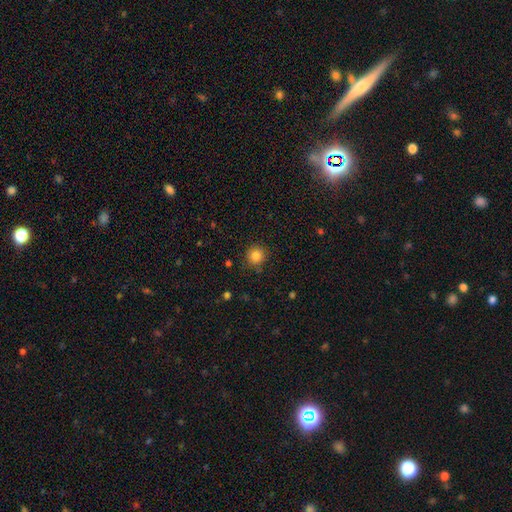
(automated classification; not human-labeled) The model was most divided on "smooth or featured": smooth: 84%, star or artifact: 11%, featured or disk: 5%. More confident: how rounded — round (92%); merging — none (87%).